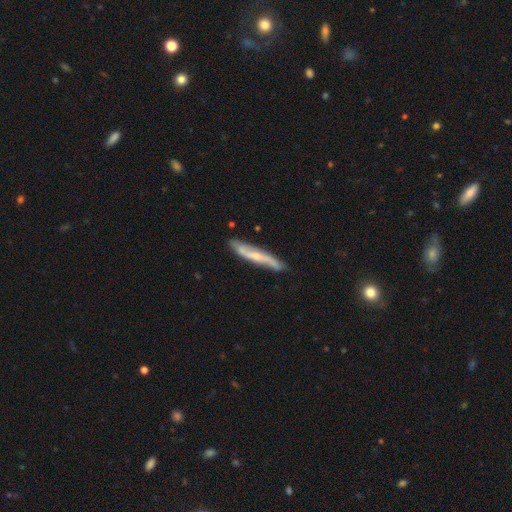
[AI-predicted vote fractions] Smooth or featured?
  - featured or disk: 63% *
  - smooth: 31%
  - star or artifact: 5%
Edge-on disk?
  - yes: 52% *
  - no: 48%
Merging?
  - none: 81% *
  - minor disturbance: 15%
  - major disturbance: 3%
  - merger: 2%